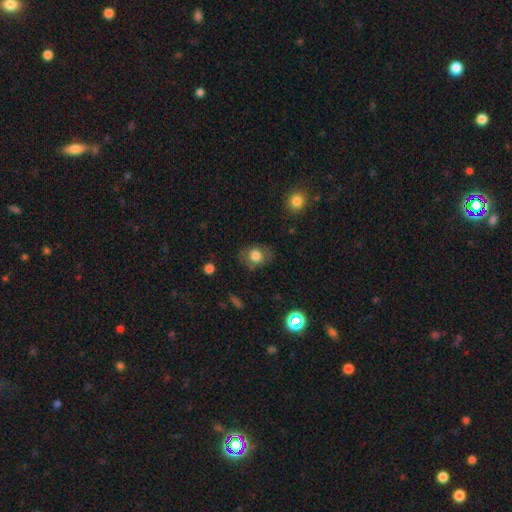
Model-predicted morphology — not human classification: Smooth or featured? smooth (74%)
How rounded? round (52%)
Merging? none (78%)